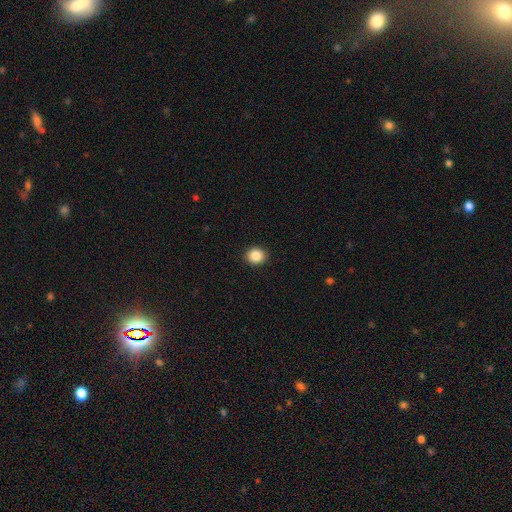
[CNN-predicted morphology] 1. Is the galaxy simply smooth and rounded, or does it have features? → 87% smooth, 9% star or artifact, 4% featured or disk.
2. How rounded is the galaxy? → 82% round, 17% in between, 1% cigar-shaped.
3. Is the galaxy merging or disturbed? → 92% none, 5% minor disturbance, 2% major disturbance, 1% merger.